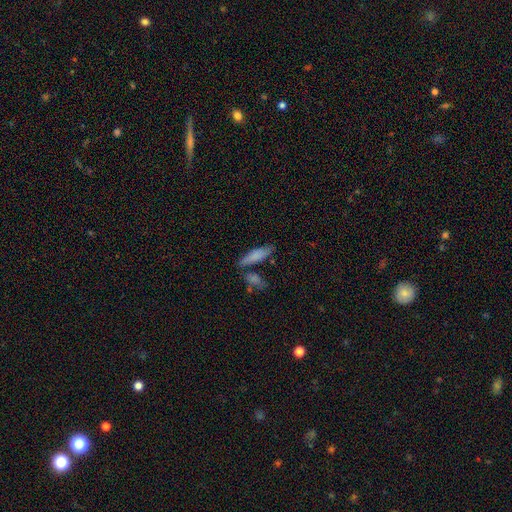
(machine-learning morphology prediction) This is likely a smooth galaxy (74%). How rounded: likely cigar-shaped (67%). Merging: likely none (66%).